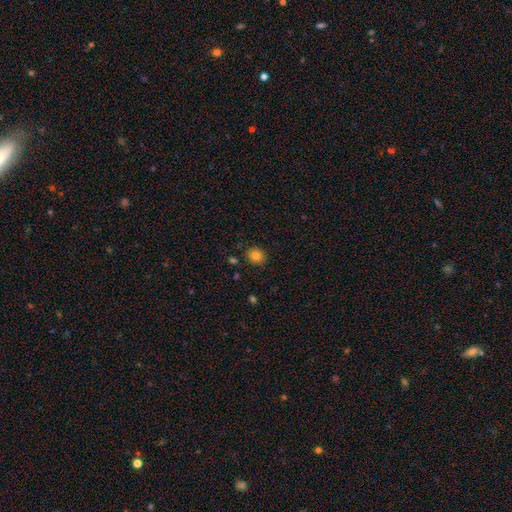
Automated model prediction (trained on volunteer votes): Overall: smooth (82%). How rounded: round (76%). Merging: none (87%).